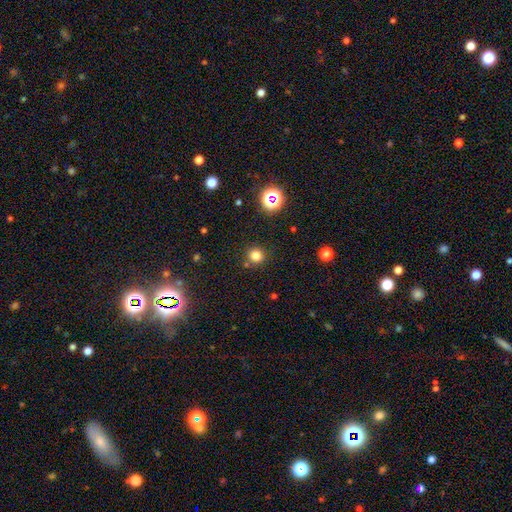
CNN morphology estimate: Q: Smooth or featured?
A: smooth (78%); runner-up: star or artifact (17%)
Q: How rounded?
A: round (93%); runner-up: in between (6%)
Q: Merging?
A: none (85%); runner-up: minor disturbance (7%)